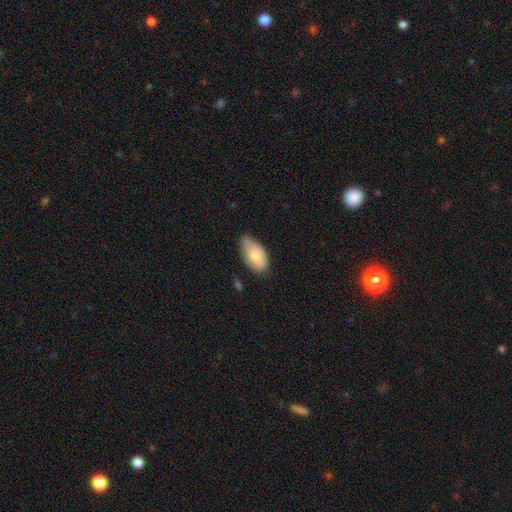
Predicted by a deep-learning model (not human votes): This is likely a smooth galaxy (70%). How rounded: clearly in between (93%). Merging: marginally none (44%, tied with minor disturbance).